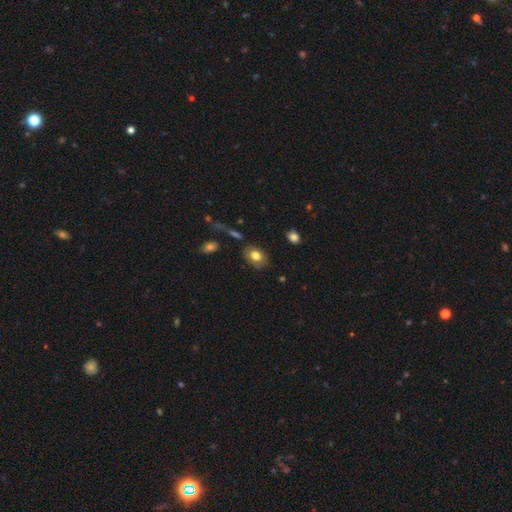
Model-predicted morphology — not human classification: The model was most divided on "how rounded": in between: 76%, round: 23%, cigar-shaped: 1%. More confident: merging — none (79%); smooth or featured — smooth (74%).